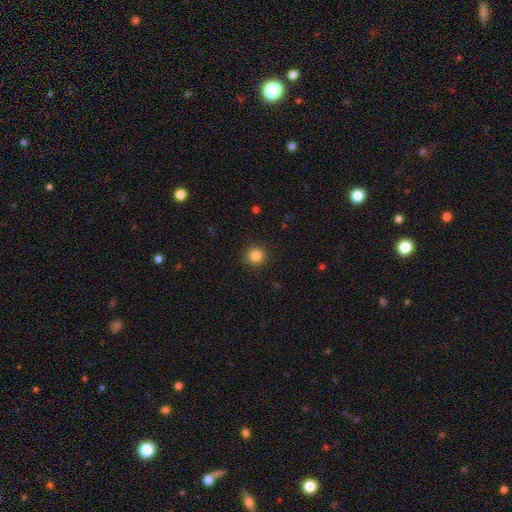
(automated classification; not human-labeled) Morphology: type=smooth (84%); roundness=round (93%); merging=none (91%).